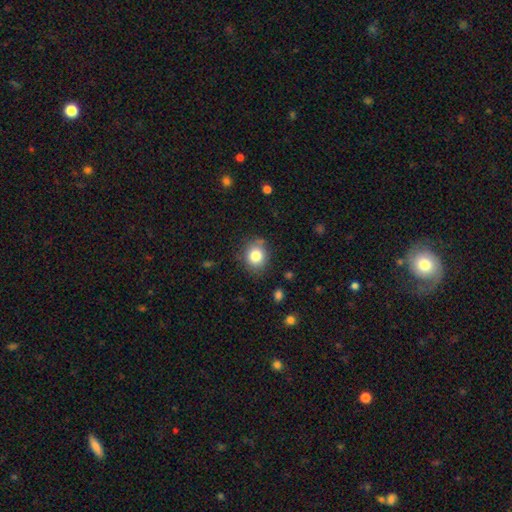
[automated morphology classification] The model was most divided on "how rounded": round: 72%, in between: 27%, cigar-shaped: 1%. More confident: smooth or featured — smooth (82%); merging — none (79%).